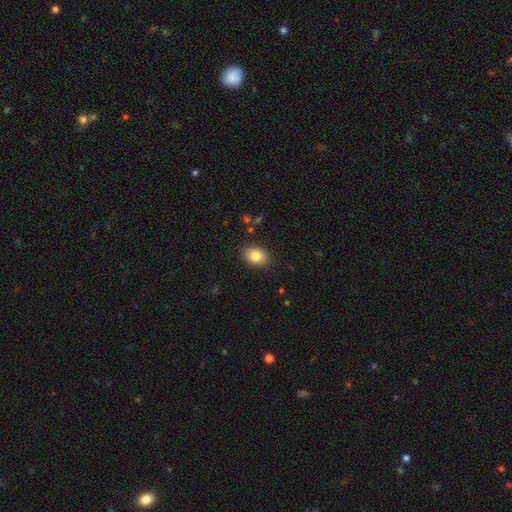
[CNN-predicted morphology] Smooth or featured: smooth — 83% (star or artifact — 8%)
How rounded: in between — 74% (round — 25%)
Merging: none — 87% (minor disturbance — 9%)